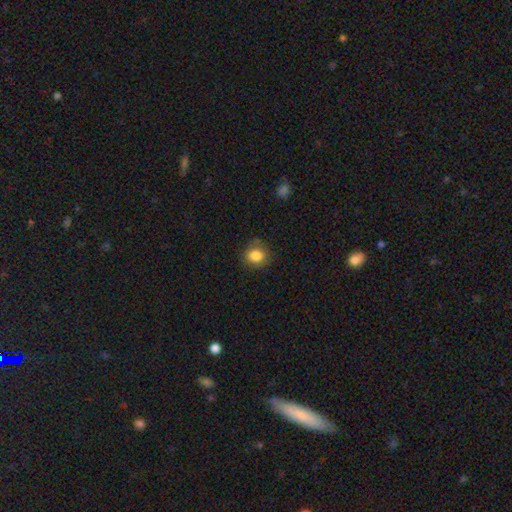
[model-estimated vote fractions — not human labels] This is clearly a smooth galaxy (84%). How rounded: likely round (74%). Merging: likely none (80%).